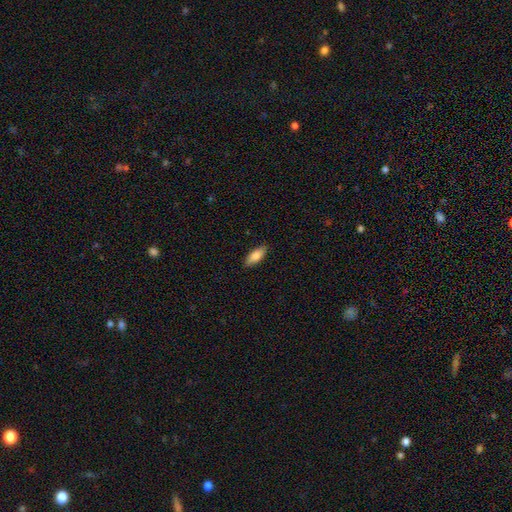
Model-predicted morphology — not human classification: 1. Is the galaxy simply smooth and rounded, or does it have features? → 82% smooth, 13% featured or disk, 6% star or artifact.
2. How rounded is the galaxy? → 75% in between, 23% cigar-shaped, 2% round.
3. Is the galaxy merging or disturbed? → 87% none, 10% minor disturbance, 2% major disturbance, 1% merger.